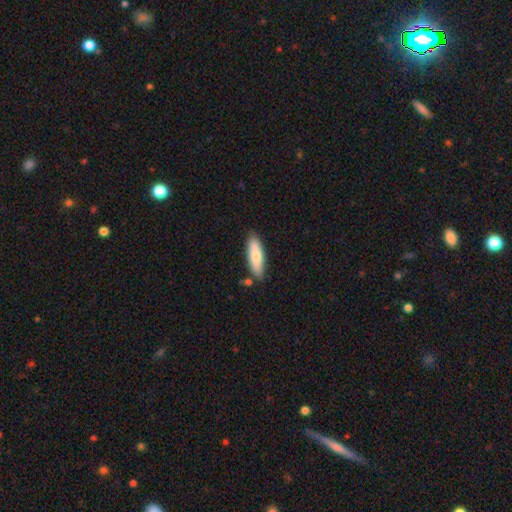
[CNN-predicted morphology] Q: Smooth or featured?
A: smooth (75%); runner-up: featured or disk (19%)
Q: How rounded?
A: cigar-shaped (50%); runner-up: in between (48%)
Q: Merging?
A: none (82%); runner-up: minor disturbance (12%)